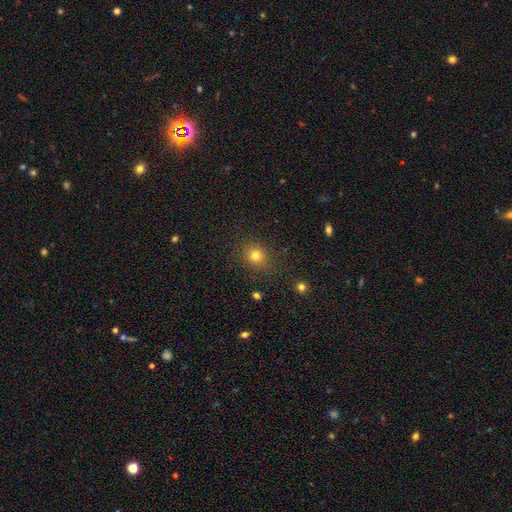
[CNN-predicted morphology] smooth 78%, star or artifact 15%, featured or disk 7%. Down the decision tree: how rounded — round (79%); merging — none (85%).